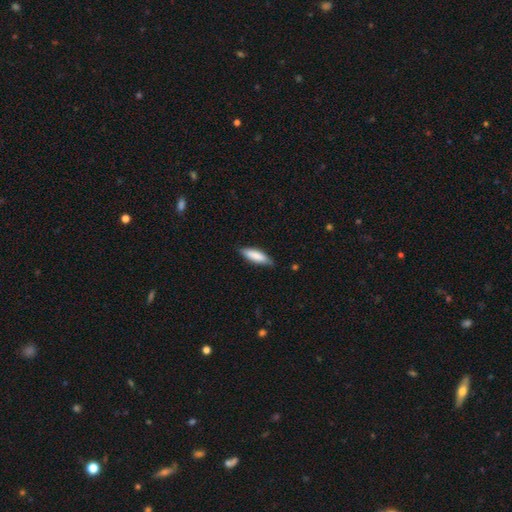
smooth-or-featured: smooth: 85% | star or artifact: 10% | featured or disk: 5%
  how-rounded: in between: 61% | cigar-shaped: 39% | round: 0%
  merging: none: 80% | minor disturbance: 20% | major disturbance: 0% | merger: 0%